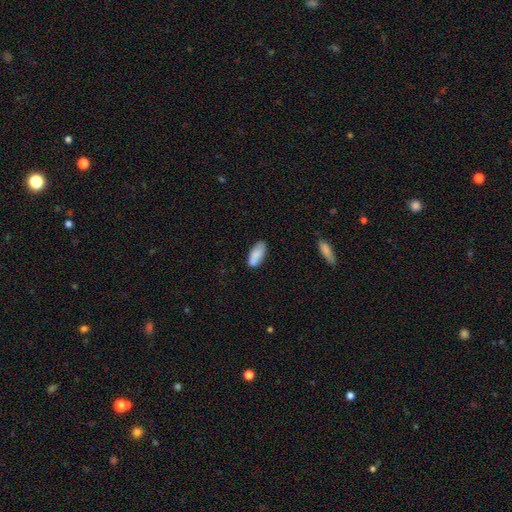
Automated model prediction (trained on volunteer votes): A smooth galaxy with no disk features (83%) that is in between round and cigar-shaped (84%).

Vote fractions:
- Smooth or featured? smooth: 83% / featured or disk: 10% / star or artifact: 7%
- How rounded? in between: 84% / cigar-shaped: 14% / round: 2%
- Merging? none: 71% / minor disturbance: 19% / merger: 5% / major disturbance: 4%